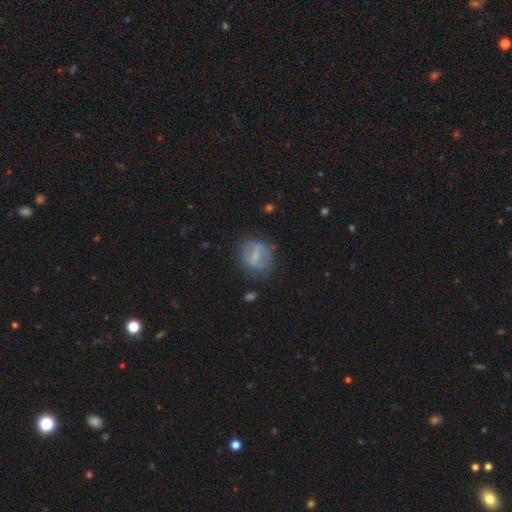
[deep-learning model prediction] A smooth galaxy with no disk features (53%) that is round (60%).

Vote fractions:
- Smooth or featured? smooth: 53% / featured or disk: 38% / star or artifact: 9%
- How rounded? round: 60% / in between: 38% / cigar-shaped: 3%
- Merging? none: 66% / minor disturbance: 21% / major disturbance: 11% / merger: 3%